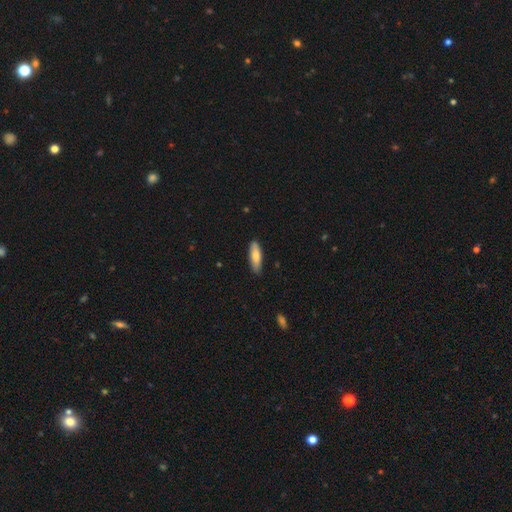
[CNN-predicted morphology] Smooth or featured? smooth (76%)
How rounded? cigar-shaped (53%)
Merging? none (87%)